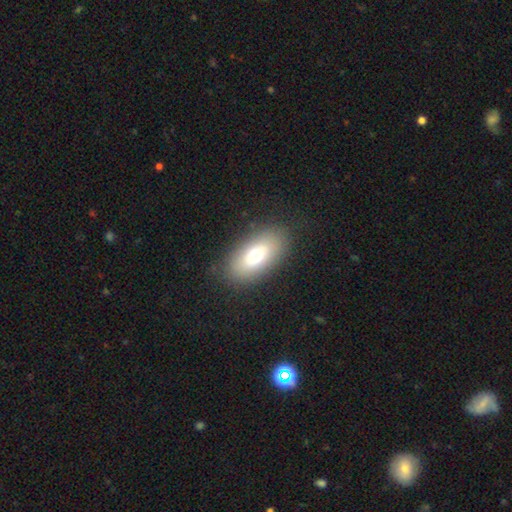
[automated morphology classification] This is likely a smooth galaxy (70%). How rounded: clearly in between (89%). Merging: clearly none (84%).